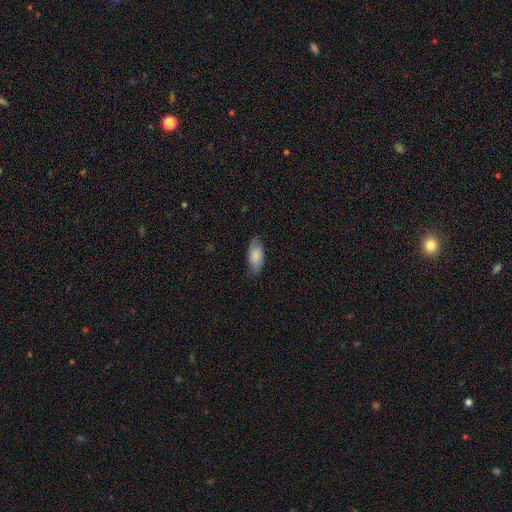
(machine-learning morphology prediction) Smooth or featured? Predicted: smooth (p=0.76). How rounded? Predicted: in between (p=0.91). Merging? Predicted: none (p=0.75).